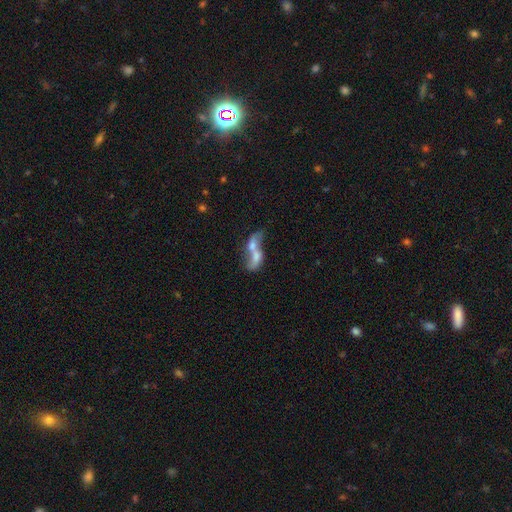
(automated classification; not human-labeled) A featured or disk galaxy (46%). Merging: merger (71%).